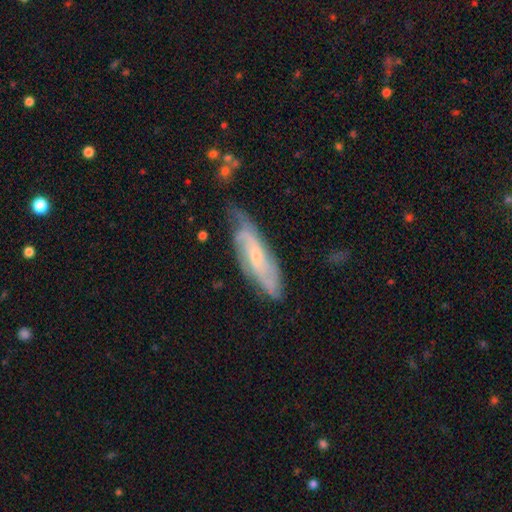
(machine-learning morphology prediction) A featured or disk galaxy (75%) with no bar (54%), tight (46%) spiral arms (94%) and a small central bulge (61%).

Vote fractions:
- Smooth or featured? featured or disk: 75% / smooth: 19% / star or artifact: 6%
- Edge-on disk? no: 80% / yes: 20%
- Bar? no: 54% / weak: 37% / strong: 9%
- Spiral arms? yes: 94% / no: 6%
- Spiral winding? tight: 46% / medium: 40% / loose: 13%
- Spiral arm count? can't tell: 34% / 2: 32% / 3: 19% / 4: 8% / 1: 4% / more than 4: 3%
- Bulge size? small: 61% / moderate: 31% / none: 5% / large: 2% / dominant: 1%
- Merging? none: 67% / minor disturbance: 24% / major disturbance: 6% / merger: 2%